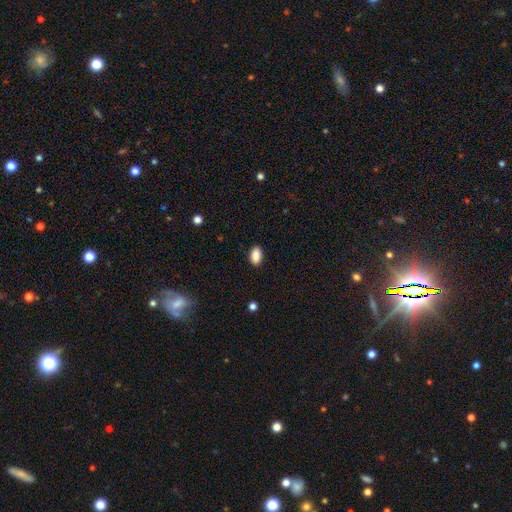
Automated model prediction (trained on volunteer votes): A smooth galaxy with no disk features (89%) that is in between round and cigar-shaped (91%). Merging: none (89%).